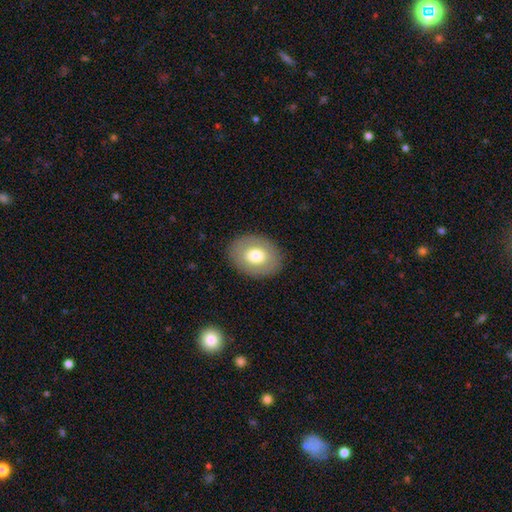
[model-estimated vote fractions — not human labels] Morphology: type=smooth (70%); roundness=in between (66%); merging=none (88%).